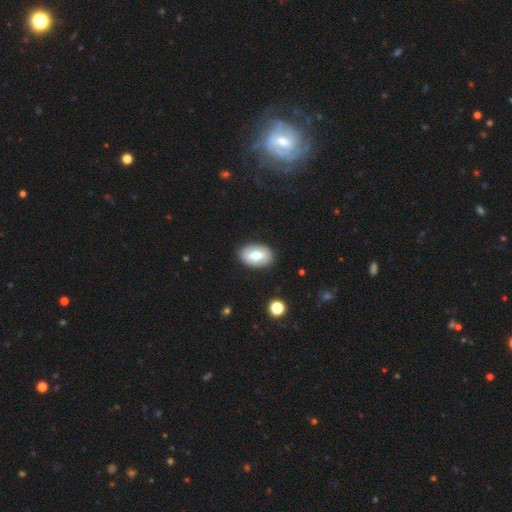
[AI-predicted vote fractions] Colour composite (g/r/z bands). It shows a smooth galaxy with no disk features (65%) that is in between round and cigar-shaped (86%). Merging: none (87%).